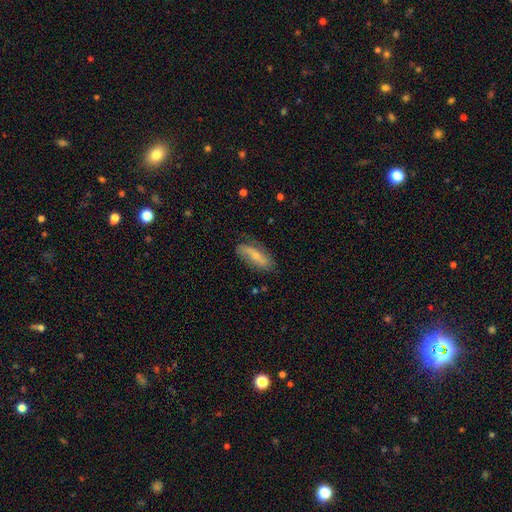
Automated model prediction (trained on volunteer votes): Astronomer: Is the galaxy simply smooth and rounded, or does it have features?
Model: featured or disk — 49% (runner-up: smooth, 44%).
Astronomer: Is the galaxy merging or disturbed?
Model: none — 72%.